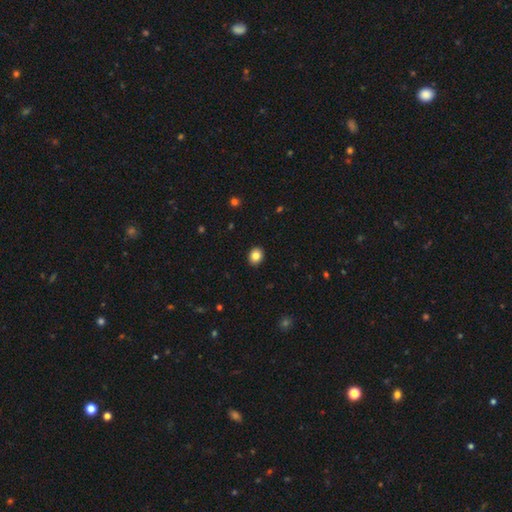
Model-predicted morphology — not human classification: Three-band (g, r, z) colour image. It shows a smooth galaxy with no disk features (84%) that is round (58%). Merging: none (91%).